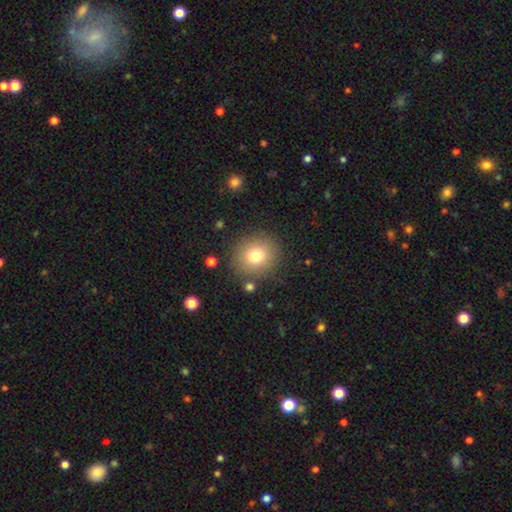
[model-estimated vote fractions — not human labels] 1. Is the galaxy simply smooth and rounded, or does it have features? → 76% smooth, 12% star or artifact, 11% featured or disk.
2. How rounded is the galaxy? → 89% round, 10% in between, 1% cigar-shaped.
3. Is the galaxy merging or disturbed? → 86% none, 8% minor disturbance, 3% major disturbance, 3% merger.